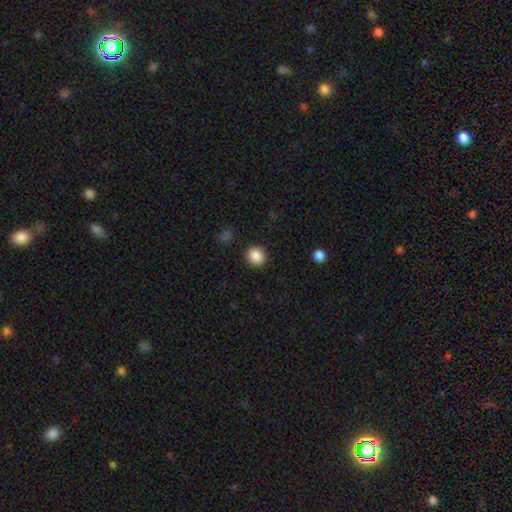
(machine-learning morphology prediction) Q: Smooth or featured?
A: smooth (88%); runner-up: star or artifact (9%)
Q: How rounded?
A: round (93%); runner-up: in between (6%)
Q: Merging?
A: none (91%); runner-up: minor disturbance (5%)